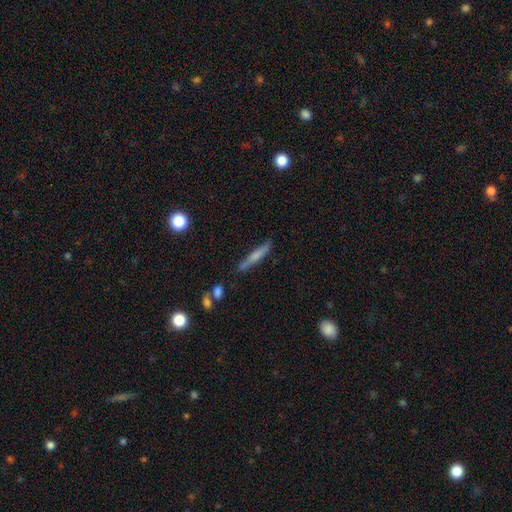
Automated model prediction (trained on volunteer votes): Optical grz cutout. It shows a smooth galaxy with no disk features (57%) that is cigar-shaped (92%). Merging: none (82%).